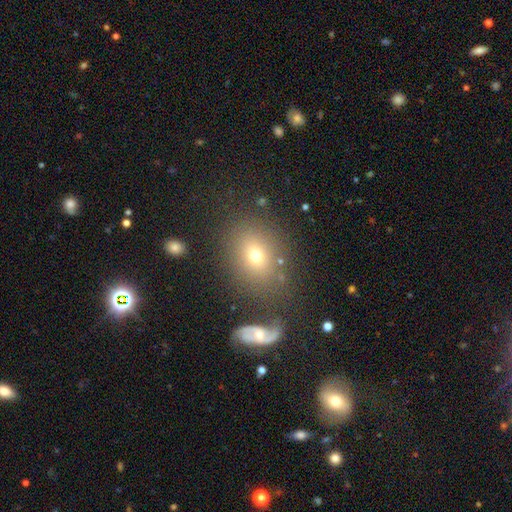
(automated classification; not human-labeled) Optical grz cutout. It shows a smooth galaxy with no disk features (67%) that is in between round and cigar-shaped (52%). Merging: none (73%).